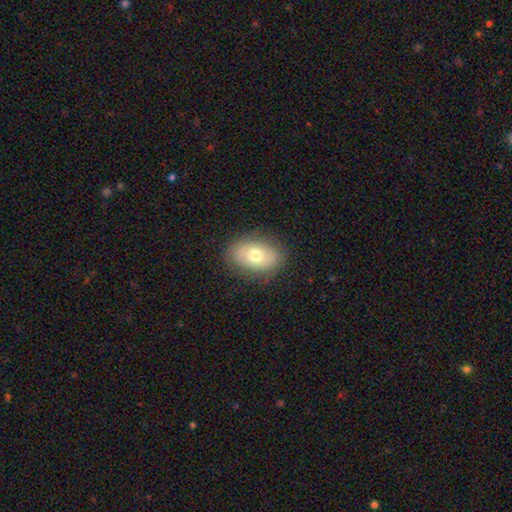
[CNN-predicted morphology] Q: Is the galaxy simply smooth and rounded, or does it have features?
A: smooth — 68%.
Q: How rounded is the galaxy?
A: in between — 83%.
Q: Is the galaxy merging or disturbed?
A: none — 85%.